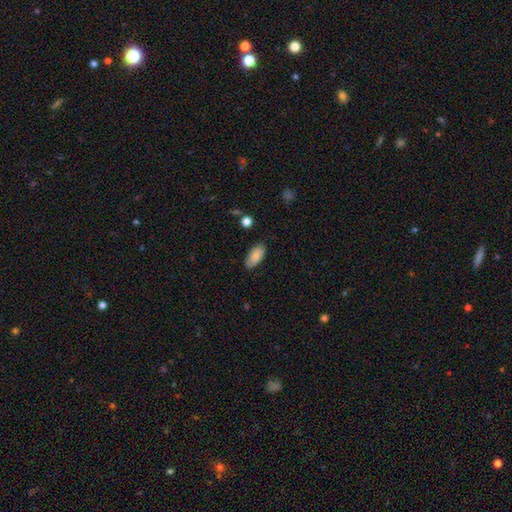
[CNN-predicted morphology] The model was most divided on "merging": none: 83%, minor disturbance: 13%, major disturbance: 3%, merger: 1%. More confident: how rounded — in between (90%); smooth or featured — smooth (87%).